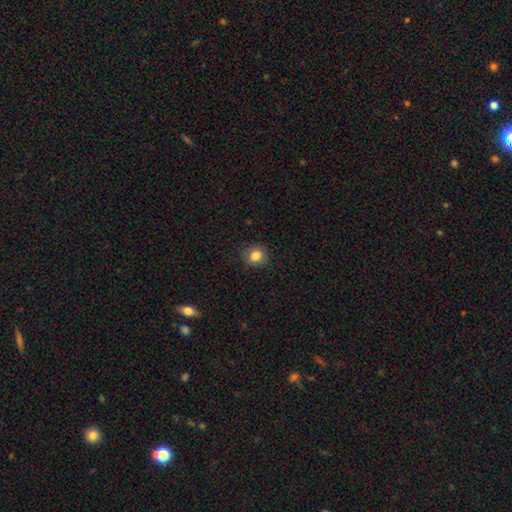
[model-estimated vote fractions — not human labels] This is clearly a smooth galaxy (84%). How rounded: likely round (77%). Merging: clearly none (87%).